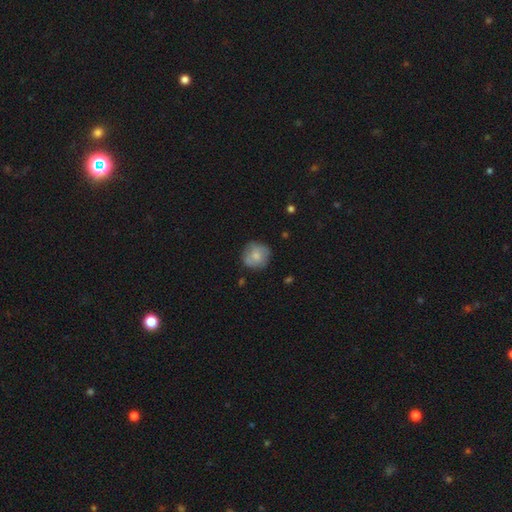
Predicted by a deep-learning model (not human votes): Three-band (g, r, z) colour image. It shows a smooth galaxy with no disk features (70%) that is round (89%). Merging: none (73%).